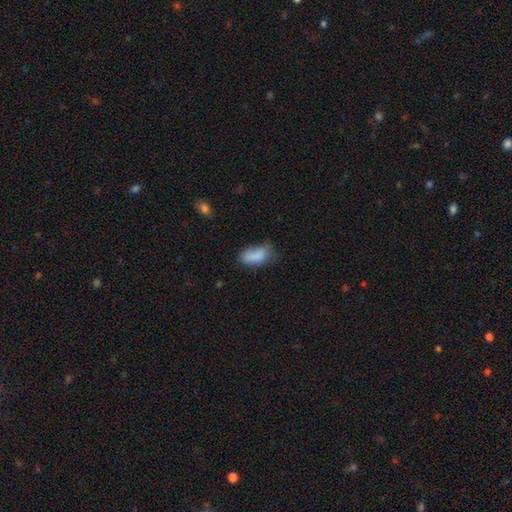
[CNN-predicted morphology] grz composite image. It shows a smooth galaxy with no disk features (82%) that is in between round and cigar-shaped (90%). Merging: none (48%).